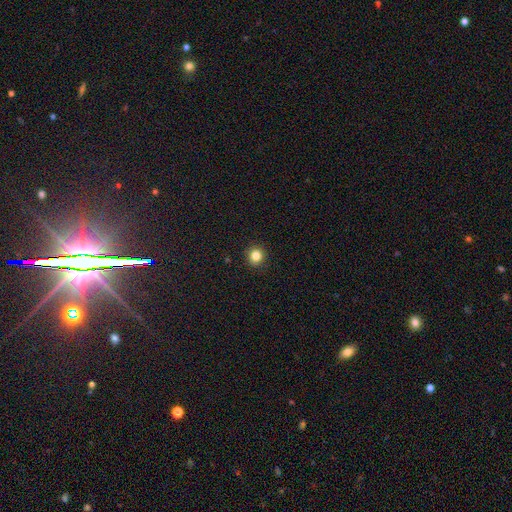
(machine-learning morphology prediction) A smooth galaxy with no disk features (84%) that is round (92%). Merging: none (93%).